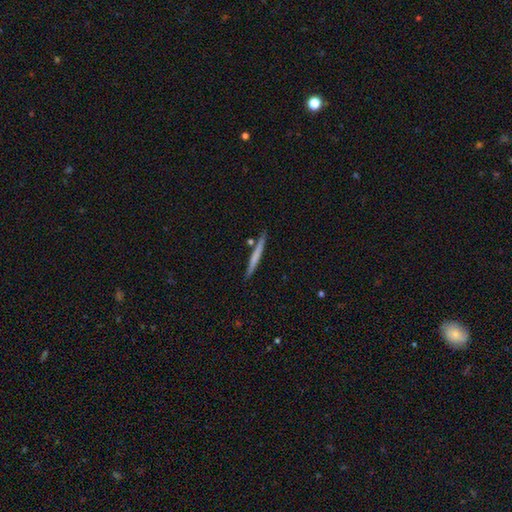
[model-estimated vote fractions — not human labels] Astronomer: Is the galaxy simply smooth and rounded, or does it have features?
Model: smooth — 60%.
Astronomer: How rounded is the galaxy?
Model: cigar-shaped — 97%.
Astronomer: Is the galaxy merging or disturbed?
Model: none — 88%.